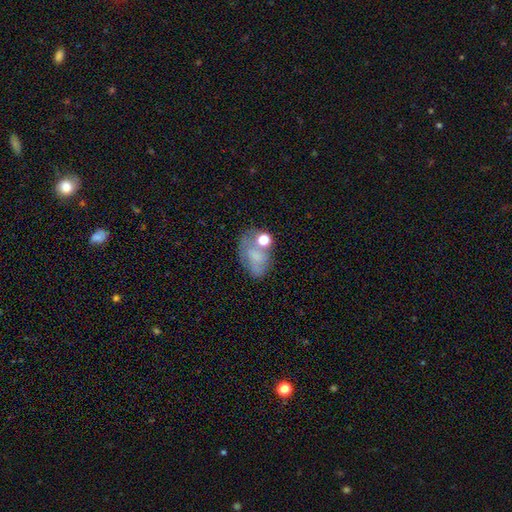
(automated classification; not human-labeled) This appears to be a smooth galaxy with no disk features (56%) that is in between round and cigar-shaped (80%). Merging: none (40%).